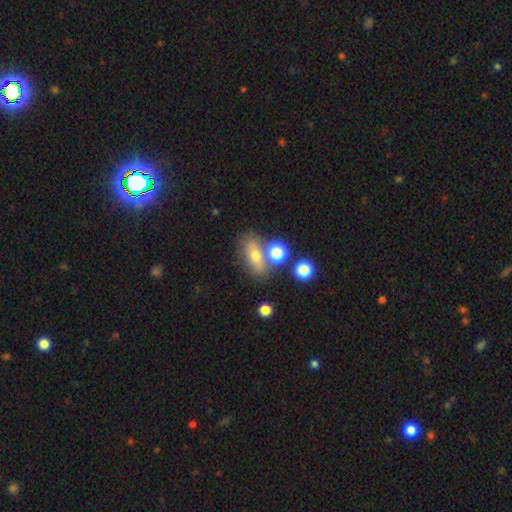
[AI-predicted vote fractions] This is possibly a smooth galaxy (59%). How rounded: likely in between (69%). Merging: possibly none (60%).